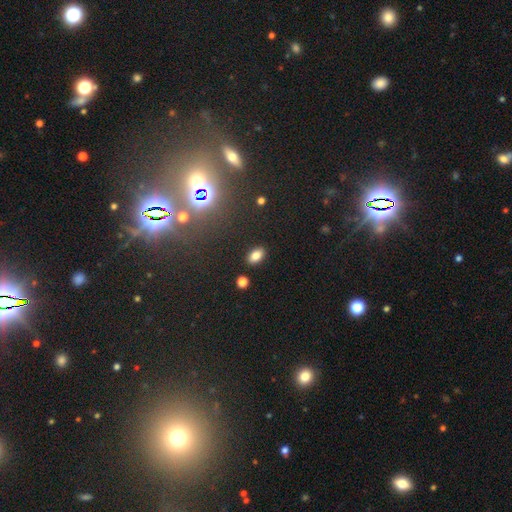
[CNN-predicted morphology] Smooth or featured: smooth — 82% (star or artifact — 11%)
How rounded: in between — 90% (round — 8%)
Merging: none — 88% (minor disturbance — 8%)